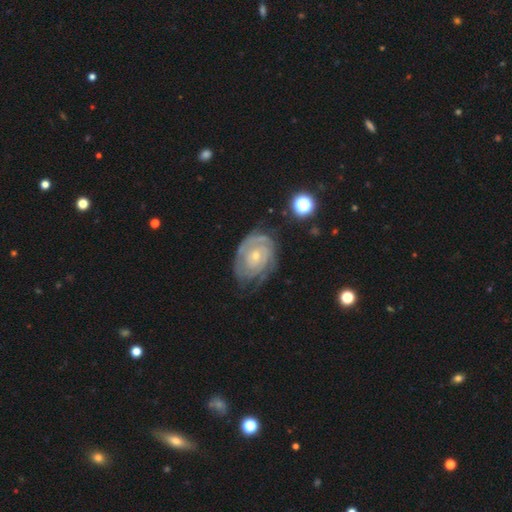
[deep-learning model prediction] smooth-or-featured: featured or disk: 82% | smooth: 12% | star or artifact: 5%
  disk-edge-on: no: 97% | yes: 3%
    bar: no: 76% | weak: 20% | strong: 4%
    has-spiral-arms: yes: 90% | no: 10%
      spiral-winding: tight: 78% | medium: 17% | loose: 5%
      spiral-arm-count: can't tell: 43% | 2: 28% | 3: 12% | 1: 7% | 4: 6% | more than 4: 4%
    bulge-size: small: 68% | moderate: 28% | none: 2% | large: 1% | dominant: 1%
  merging: none: 63% | minor disturbance: 24% | major disturbance: 11% | merger: 2%